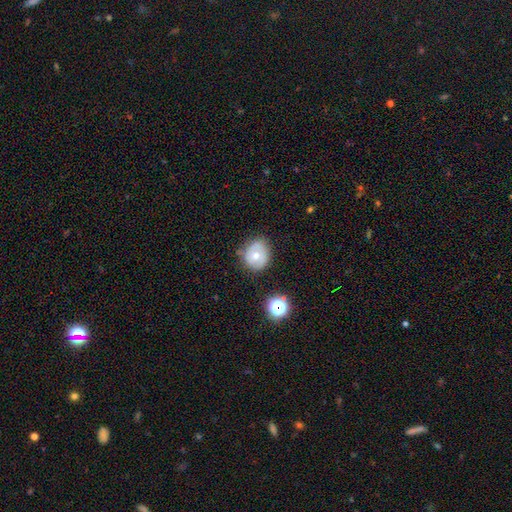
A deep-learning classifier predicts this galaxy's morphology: smooth_or_featured: smooth (p=0.55) [alt: featured or disk p=0.35]
how_rounded: round (p=0.76) [alt: in between p=0.23]
merging: none (p=0.69) [alt: minor disturbance p=0.23]